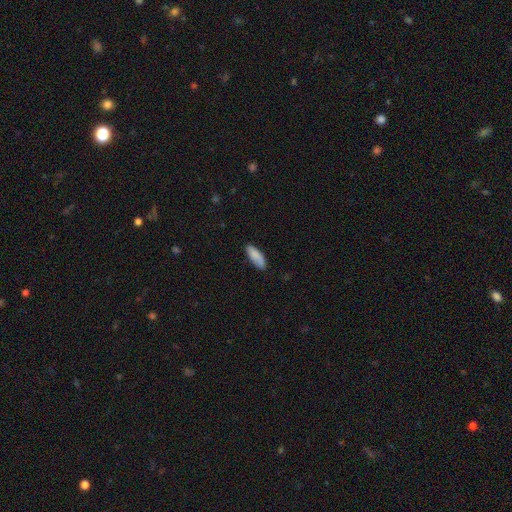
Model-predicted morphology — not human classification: smooth 88%, featured or disk 6%, star or artifact 6%. Down the decision tree: how rounded — in between (68%); merging — none (83%).